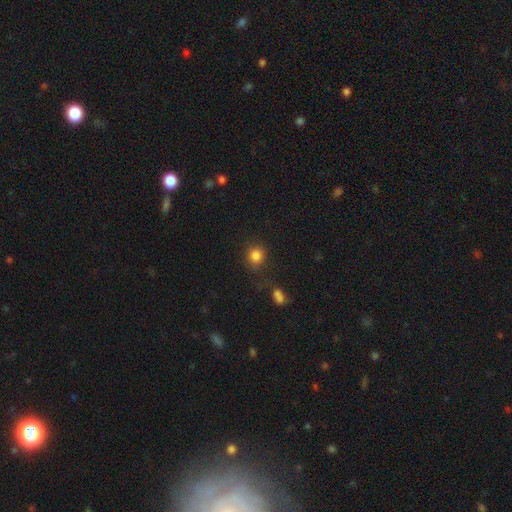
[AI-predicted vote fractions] A smooth galaxy with no disk features (84%) that is round (85%).

Vote fractions:
- Smooth or featured? smooth: 84% / star or artifact: 12% / featured or disk: 5%
- How rounded? round: 85% / in between: 14% / cigar-shaped: 1%
- Merging? none: 78% / minor disturbance: 12% / major disturbance: 5% / merger: 5%